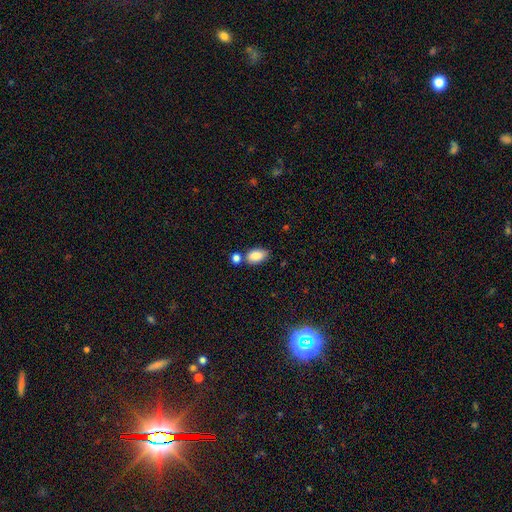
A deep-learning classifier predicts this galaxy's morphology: type=smooth (85%); roundness=in between (90%); merging=none (62%).